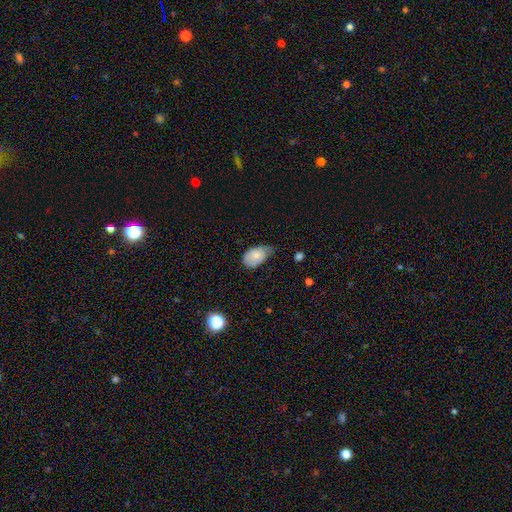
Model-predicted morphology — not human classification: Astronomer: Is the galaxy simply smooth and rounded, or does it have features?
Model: smooth — 72%.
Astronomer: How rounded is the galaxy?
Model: in between — 88%.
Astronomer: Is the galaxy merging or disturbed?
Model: minor disturbance — 52% (runner-up: none, 30%).